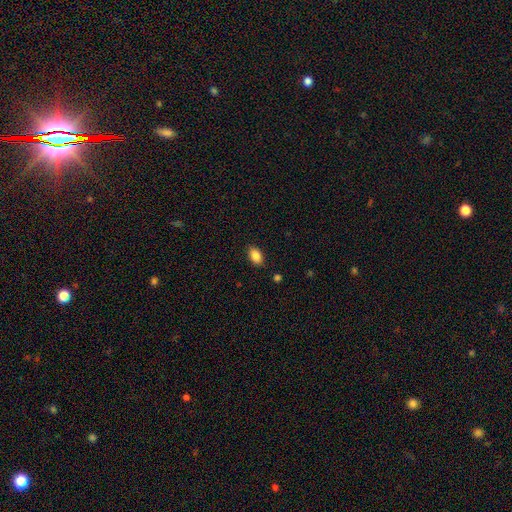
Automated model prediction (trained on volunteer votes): smooth 86%, star or artifact 8%, featured or disk 5%. Down the decision tree: how rounded — in between (90%); merging — none (87%).